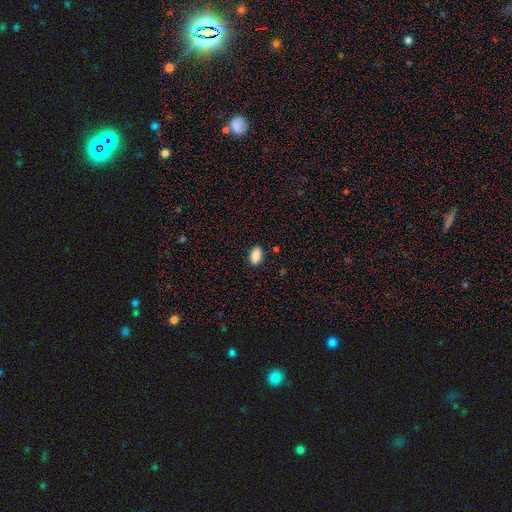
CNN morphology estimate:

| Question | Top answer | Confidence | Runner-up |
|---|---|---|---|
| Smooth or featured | smooth | 90% | star or artifact (7%) |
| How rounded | in between | 92% | round (7%) |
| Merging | none | 88% | minor disturbance (9%) |